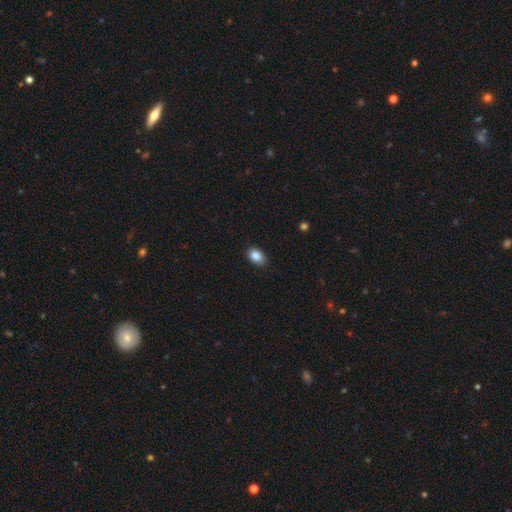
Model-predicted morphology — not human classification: Smooth or featured? smooth (87%)
How rounded? in between (84%)
Merging? none (85%)